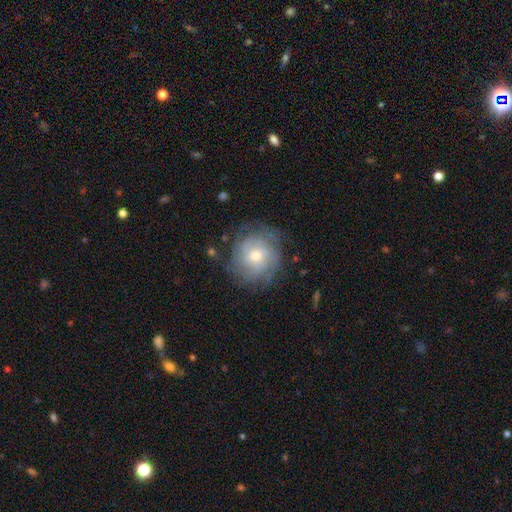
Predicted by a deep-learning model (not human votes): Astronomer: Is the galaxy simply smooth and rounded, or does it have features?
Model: featured or disk — 66%.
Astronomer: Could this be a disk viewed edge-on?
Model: no — 97%.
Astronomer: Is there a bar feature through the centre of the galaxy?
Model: no — 73%.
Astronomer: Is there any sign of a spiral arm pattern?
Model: yes — 85%.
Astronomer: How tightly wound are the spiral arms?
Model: tight — 68%.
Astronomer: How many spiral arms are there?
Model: can't tell — 54%.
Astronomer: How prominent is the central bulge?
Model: moderate — 59%.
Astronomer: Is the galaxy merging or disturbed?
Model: none — 75%.